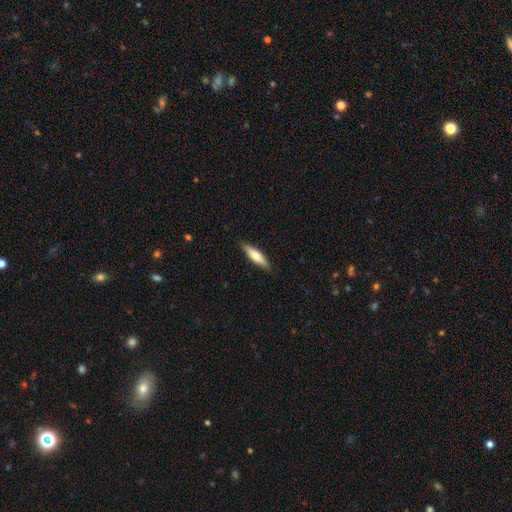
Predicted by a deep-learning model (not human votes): Smooth or featured? smooth (58%)
How rounded? cigar-shaped (69%)
Merging? none (88%)